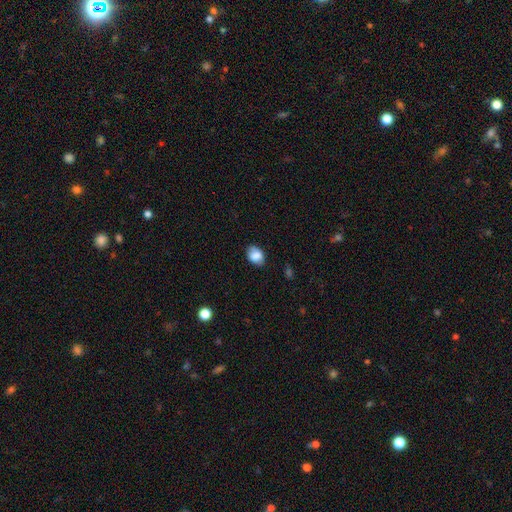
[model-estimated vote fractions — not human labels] smooth 81%, featured or disk 10%, star or artifact 8%. Down the decision tree: how rounded — in between (76%); merging — none (79%).